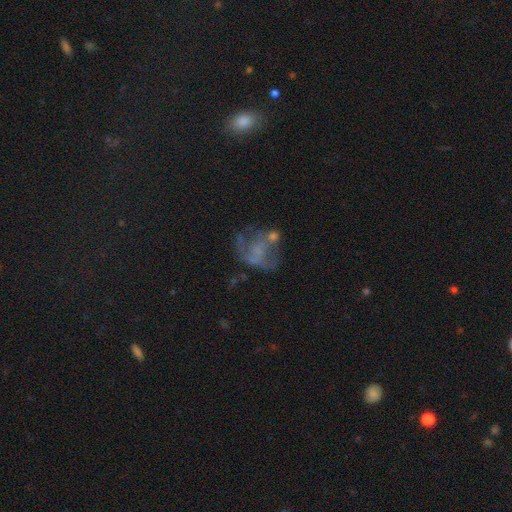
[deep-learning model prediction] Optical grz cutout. It shows a featured or disk galaxy (56%) with no bar (84%), no spiral arms (72%) and no central bulge (68%). Merging: major disturbance (35%).